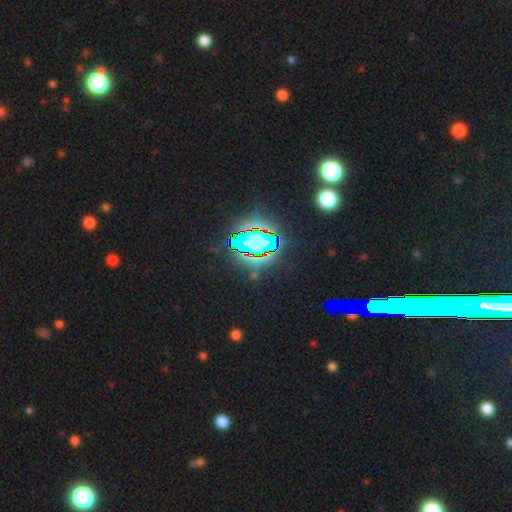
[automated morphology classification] This appears to be a star or artifact, not a galaxy (82%).